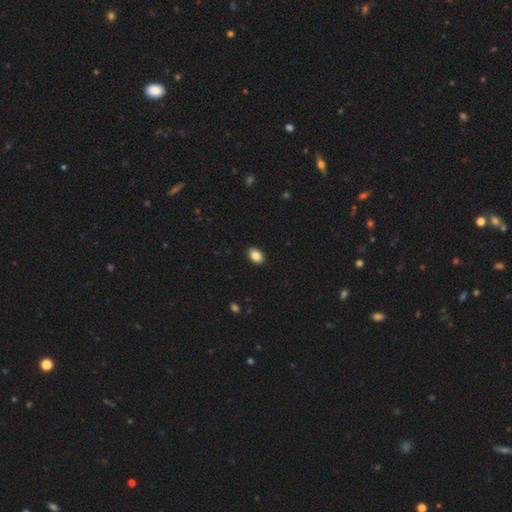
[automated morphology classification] smooth_or_featured: smooth (p=0.88) [alt: star or artifact p=0.08]
how_rounded: in between (p=0.85) [alt: round p=0.14]
merging: none (p=0.90) [alt: minor disturbance p=0.07]